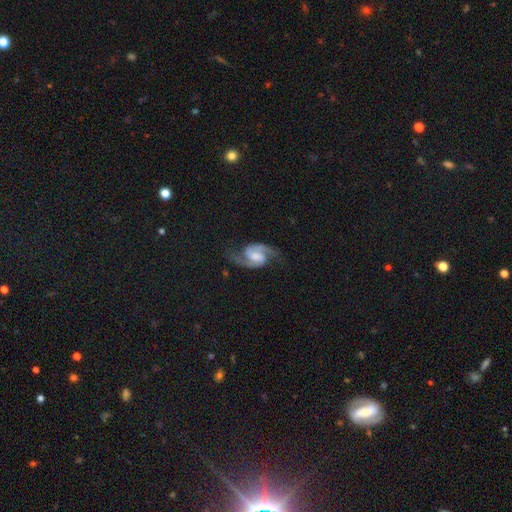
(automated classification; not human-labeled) featured or disk 91%, smooth 5%, star or artifact 5%. Down the decision tree: edge-on disk — no (98%); bar — weak (50%); spiral arms — yes (98%); spiral arm count — 2 (94%); spiral winding — medium (58%); bulge size — moderate (37%); merging — none (78%).